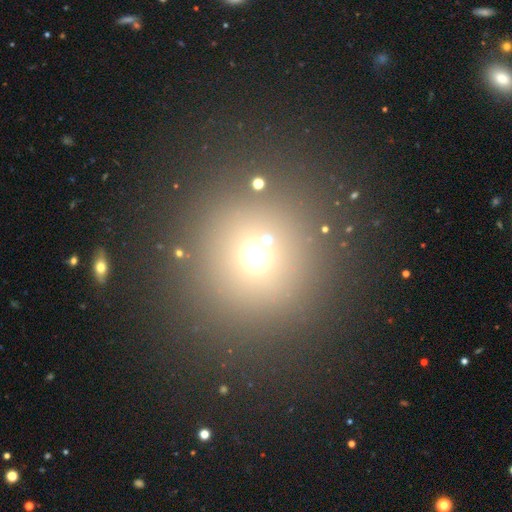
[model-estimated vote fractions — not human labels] The model was most divided on "smooth or featured": smooth: 61%, star or artifact: 30%, featured or disk: 9%. More confident: how rounded — round (93%); merging — none (82%).